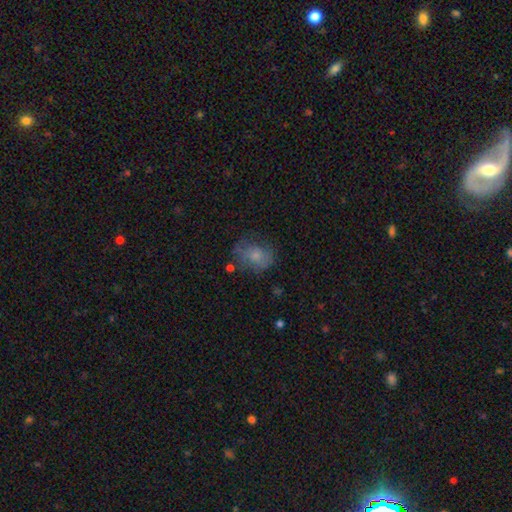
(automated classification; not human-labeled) Smooth or featured: smooth — 67% (featured or disk — 22%)
How rounded: in between — 56% (round — 43%)
Merging: none — 52% (minor disturbance — 27%)